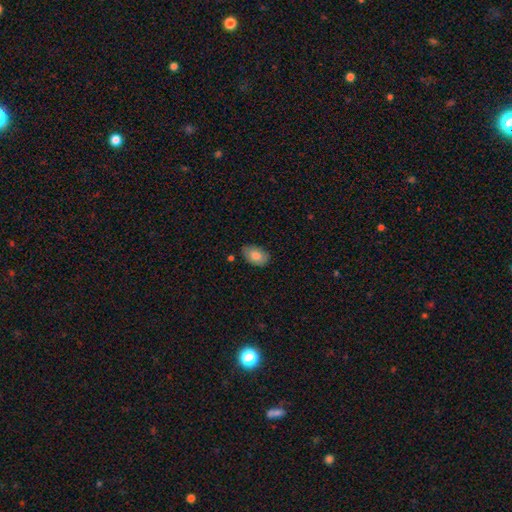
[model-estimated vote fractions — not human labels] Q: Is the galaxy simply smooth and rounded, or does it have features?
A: smooth — 81%.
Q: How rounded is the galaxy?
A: in between — 88%.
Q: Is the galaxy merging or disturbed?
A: none — 79%.